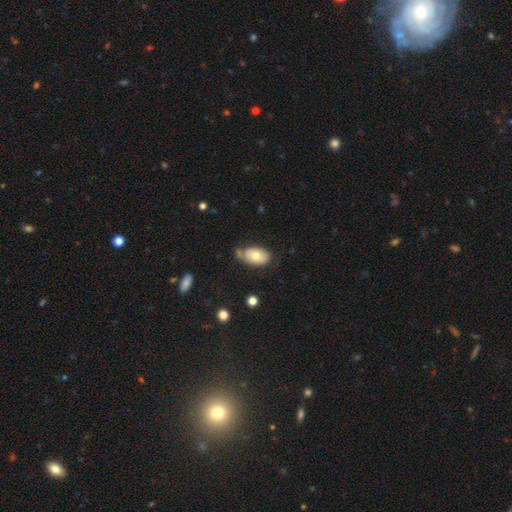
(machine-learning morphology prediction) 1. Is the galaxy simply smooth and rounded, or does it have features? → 67% smooth, 26% featured or disk, 7% star or artifact.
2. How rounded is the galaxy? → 91% in between, 8% round, 1% cigar-shaped.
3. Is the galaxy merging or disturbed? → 53% none, 30% minor disturbance, 10% major disturbance, 7% merger.